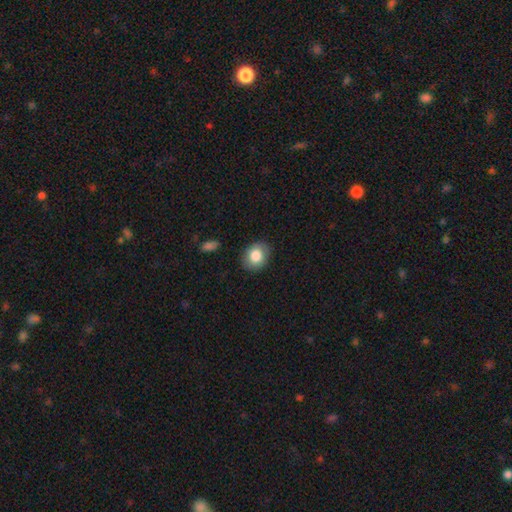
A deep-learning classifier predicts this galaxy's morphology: type=smooth (82%); roundness=round (53%); merging=none (86%).